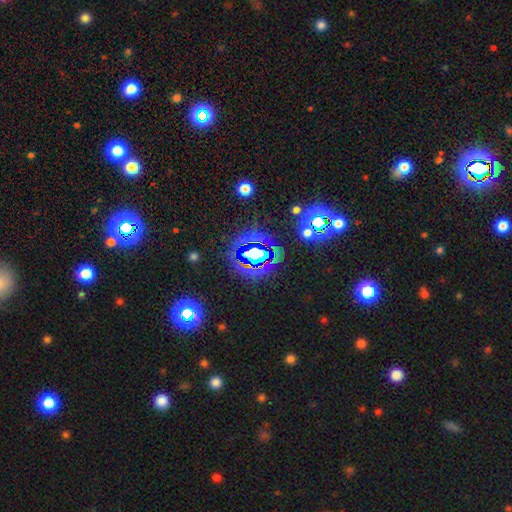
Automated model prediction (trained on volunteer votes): This is likely a star or artifact rather than a galaxy (79%).